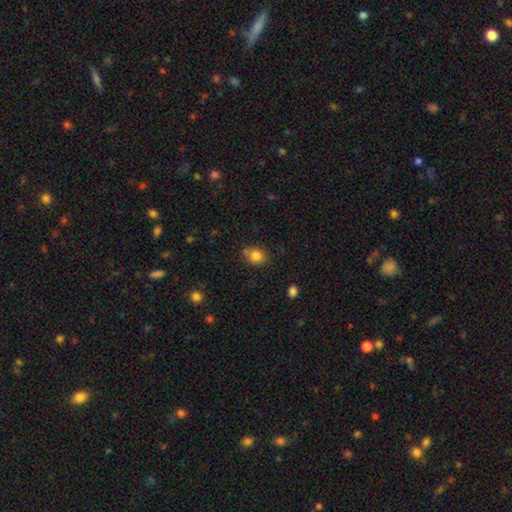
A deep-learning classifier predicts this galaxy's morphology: A smooth galaxy with no disk features (83%) that is round (58%).

Vote fractions:
- Smooth or featured? smooth: 83% / star or artifact: 10% / featured or disk: 7%
- How rounded? round: 58% / in between: 42% / cigar-shaped: 1%
- Merging? none: 72% / minor disturbance: 19% / merger: 5% / major disturbance: 4%